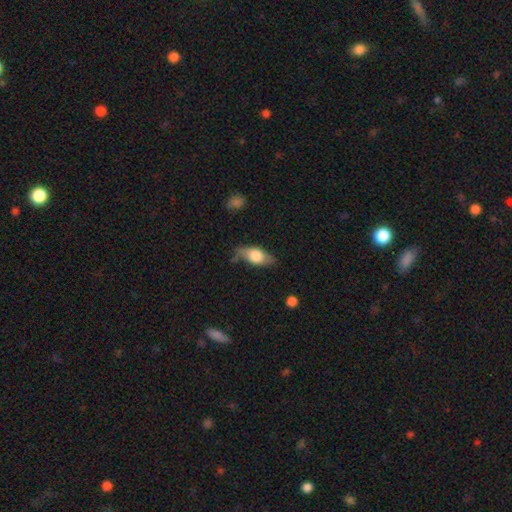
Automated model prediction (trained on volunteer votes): Q: Smooth or featured?
A: smooth (64%); runner-up: featured or disk (29%)
Q: How rounded?
A: in between (82%); runner-up: cigar-shaped (12%)
Q: Merging?
A: none (65%); runner-up: minor disturbance (25%)